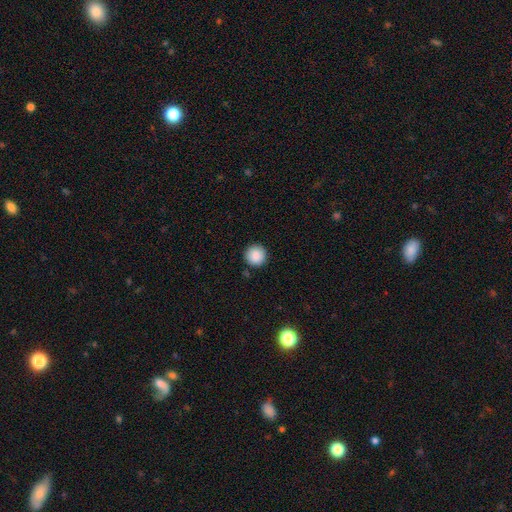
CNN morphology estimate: Q: Smooth or featured?
A: smooth (89%); runner-up: star or artifact (8%)
Q: How rounded?
A: round (96%); runner-up: in between (3%)
Q: Merging?
A: none (91%); runner-up: minor disturbance (6%)